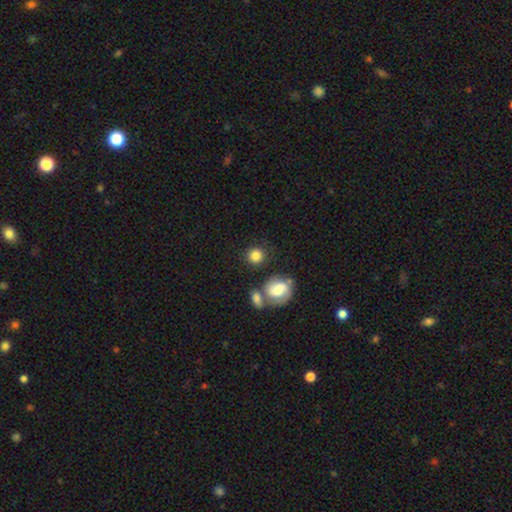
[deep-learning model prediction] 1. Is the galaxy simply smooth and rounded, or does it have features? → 83% smooth, 9% featured or disk, 8% star or artifact.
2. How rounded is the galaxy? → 87% round, 12% in between, 1% cigar-shaped.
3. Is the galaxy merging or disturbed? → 73% none, 11% merger, 10% minor disturbance, 5% major disturbance.